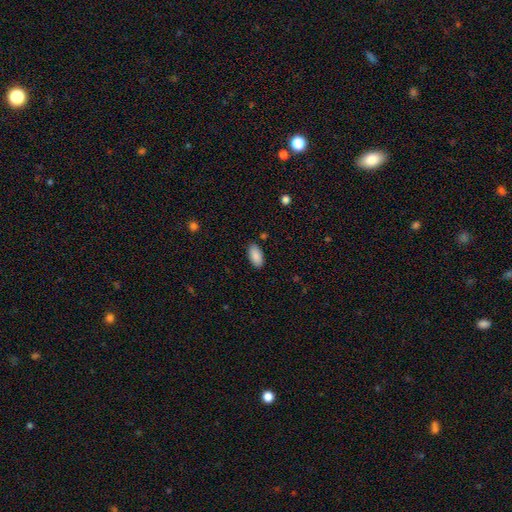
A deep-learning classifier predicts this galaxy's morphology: smooth_or_featured: smooth (p=0.90) [alt: star or artifact p=0.07]
how_rounded: in between (p=0.94) [alt: cigar-shaped p=0.04]
merging: none (p=0.87) [alt: minor disturbance p=0.09]